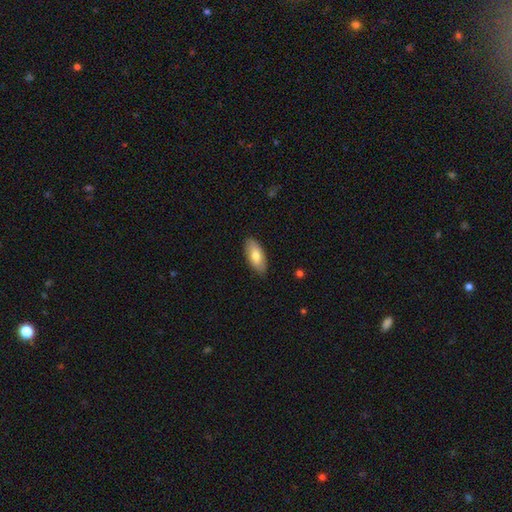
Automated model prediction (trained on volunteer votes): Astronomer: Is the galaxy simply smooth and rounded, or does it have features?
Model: smooth — 76%.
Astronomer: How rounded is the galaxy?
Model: in between — 89%.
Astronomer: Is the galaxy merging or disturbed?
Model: none — 86%.